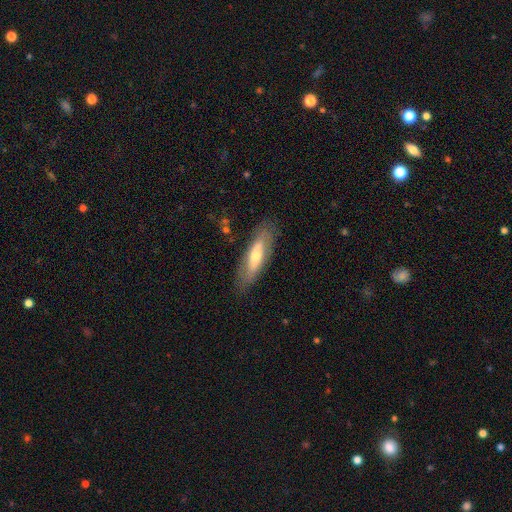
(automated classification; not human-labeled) A smooth galaxy with no disk features (48%). Merging: none (81%).